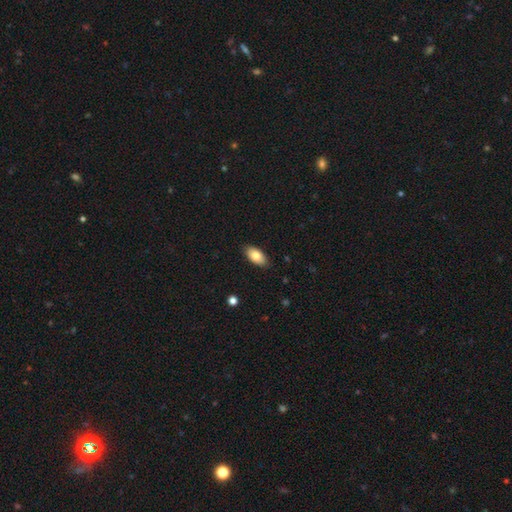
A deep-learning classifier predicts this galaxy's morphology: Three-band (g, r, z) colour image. It shows a smooth galaxy with no disk features (81%) that is in between round and cigar-shaped (94%). Merging: none (87%).